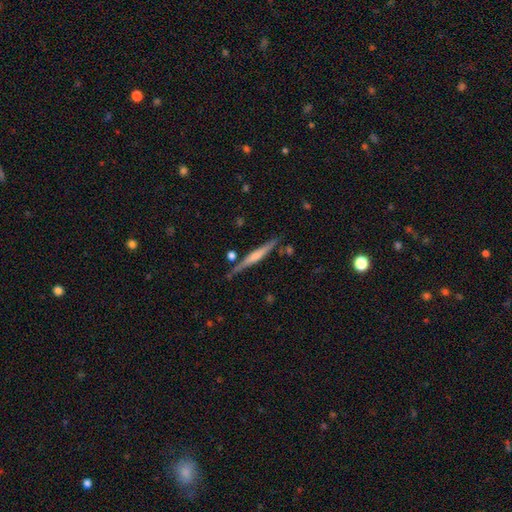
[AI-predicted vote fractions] This appears to be a featured or disk galaxy (61%) viewed edge-on (97%) with a rounded central bulge (58%). Merging: none (81%).